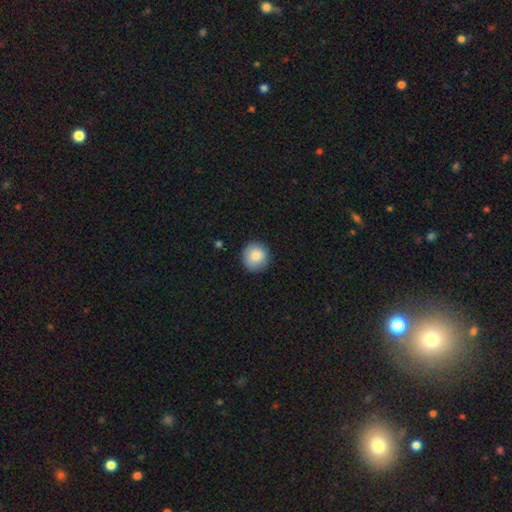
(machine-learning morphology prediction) Smooth or featured? Predicted: smooth (p=0.86). How rounded? Predicted: round (p=0.93). Merging? Predicted: none (p=0.88).